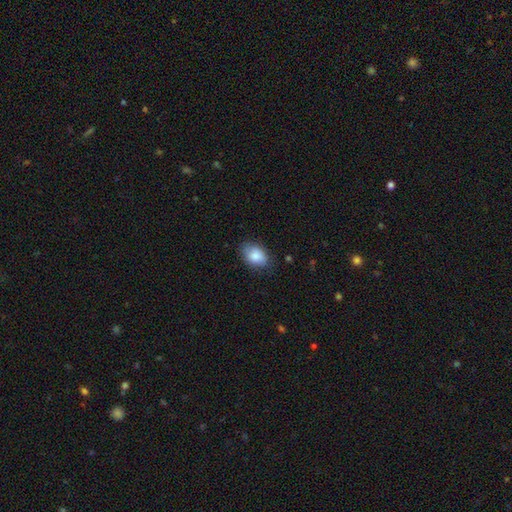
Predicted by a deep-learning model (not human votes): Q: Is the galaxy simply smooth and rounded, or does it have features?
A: smooth — 85%.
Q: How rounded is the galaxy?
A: in between — 84%.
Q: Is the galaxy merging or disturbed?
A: none — 76%.